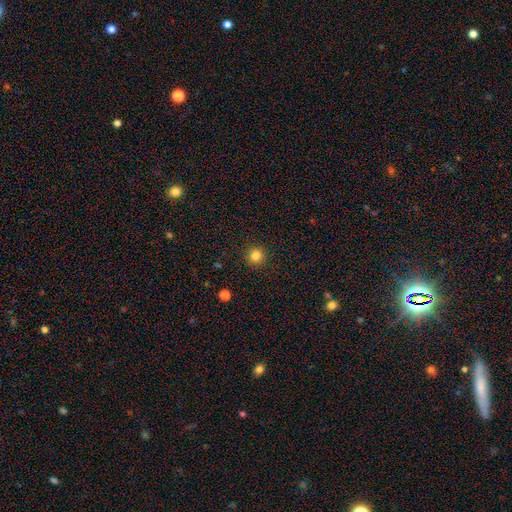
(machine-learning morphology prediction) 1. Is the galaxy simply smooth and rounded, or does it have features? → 83% smooth, 12% star or artifact, 5% featured or disk.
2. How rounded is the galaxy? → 95% round, 4% in between, 1% cigar-shaped.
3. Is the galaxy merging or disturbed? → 91% none, 6% minor disturbance, 2% major disturbance, 1% merger.